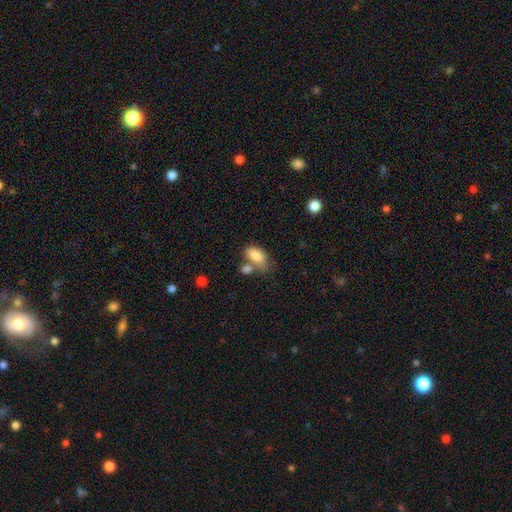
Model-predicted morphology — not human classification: Q: Smooth or featured?
A: smooth (83%); runner-up: featured or disk (9%)
Q: How rounded?
A: in between (91%); runner-up: round (6%)
Q: Merging?
A: none (43%); runner-up: merger (33%)